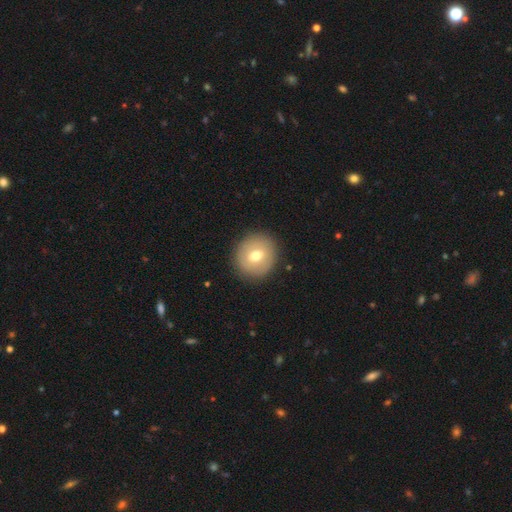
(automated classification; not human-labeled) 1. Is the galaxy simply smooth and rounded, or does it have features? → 64% smooth, 27% featured or disk, 8% star or artifact.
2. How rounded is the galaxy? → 88% round, 11% in between, 1% cigar-shaped.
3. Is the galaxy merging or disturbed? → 89% none, 7% minor disturbance, 3% major disturbance, 1% merger.